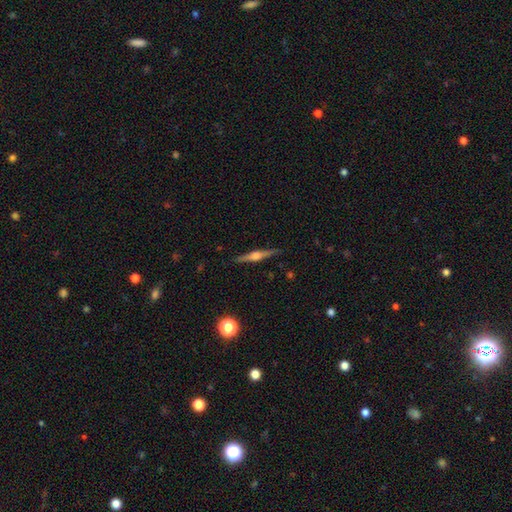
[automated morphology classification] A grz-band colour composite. It shows a featured or disk galaxy (74%) viewed edge-on (98%) with a rounded central bulge (90%). Merging: none (90%).